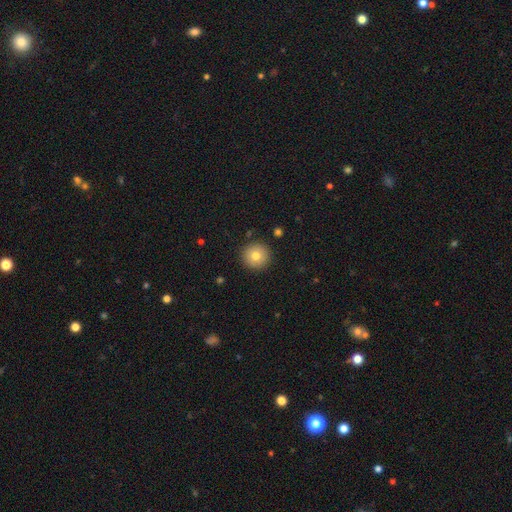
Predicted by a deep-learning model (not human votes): Overall: smooth (77%). How rounded: round (96%). Merging: none (91%).